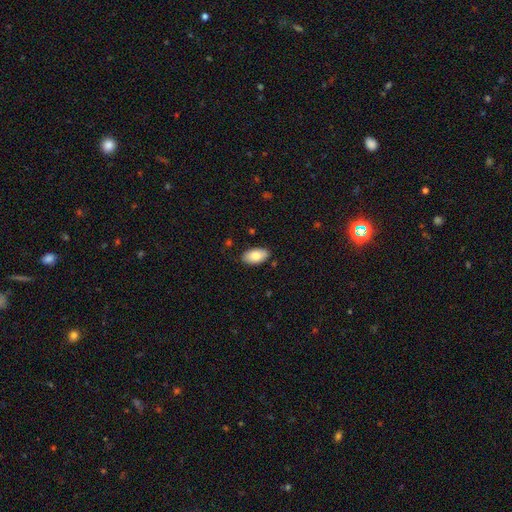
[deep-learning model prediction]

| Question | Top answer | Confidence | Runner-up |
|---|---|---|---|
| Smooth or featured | smooth | 84% | featured or disk (10%) |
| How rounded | in between | 95% | round (3%) |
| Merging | none | 86% | minor disturbance (11%) |